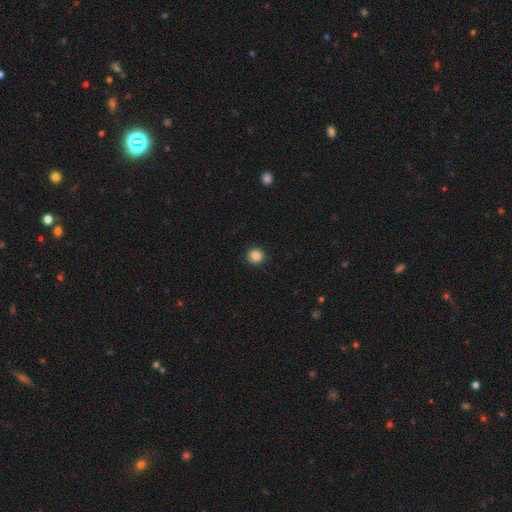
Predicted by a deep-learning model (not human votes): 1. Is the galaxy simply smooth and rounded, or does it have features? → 84% smooth, 10% star or artifact, 5% featured or disk.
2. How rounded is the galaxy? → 93% round, 6% in between, 1% cigar-shaped.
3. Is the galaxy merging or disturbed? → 92% none, 5% minor disturbance, 2% major disturbance, 1% merger.